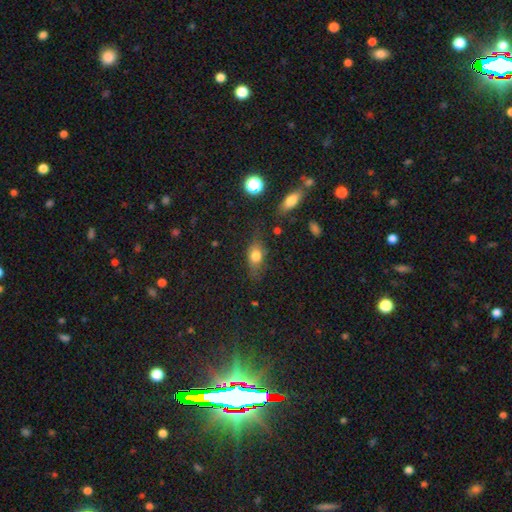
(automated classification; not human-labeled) Smooth or featured? Predicted: smooth (p=0.71). How rounded? Predicted: in between (p=0.69). Merging? Predicted: none (p=0.69).